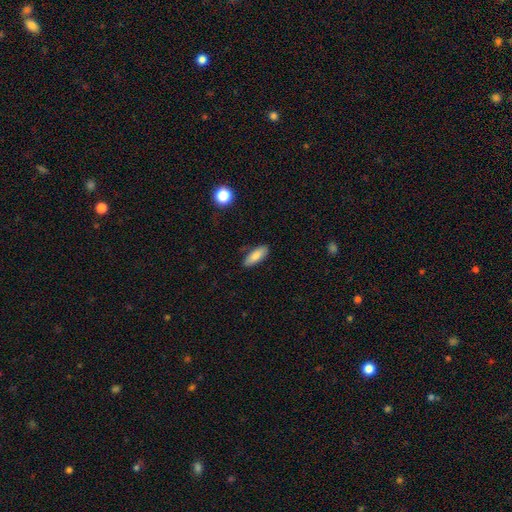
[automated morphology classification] smooth_or_featured: smooth (p=0.84) [alt: featured or disk p=0.09]
how_rounded: in between (p=0.71) [alt: cigar-shaped p=0.27]
merging: none (p=0.86) [alt: minor disturbance p=0.10]